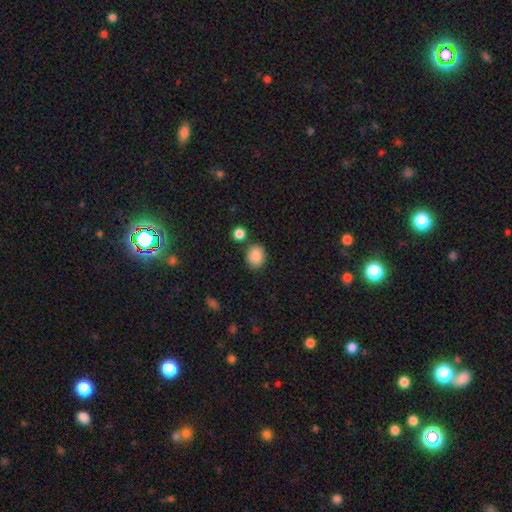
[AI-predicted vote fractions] Morphology: type=smooth (87%); roundness=round (51%); merging=none (79%).